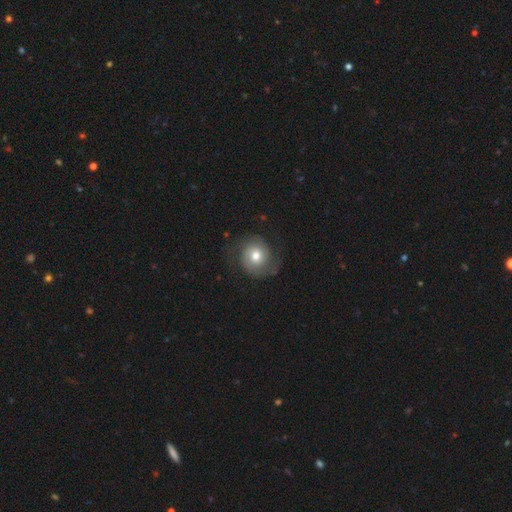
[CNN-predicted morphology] Overall: featured or disk (52%; smooth 40%). Edge-on disk: no (97%). Bar: no (75%). Spiral arms: yes (85%). Bulge size: moderate (71%). Merging: none (68%).